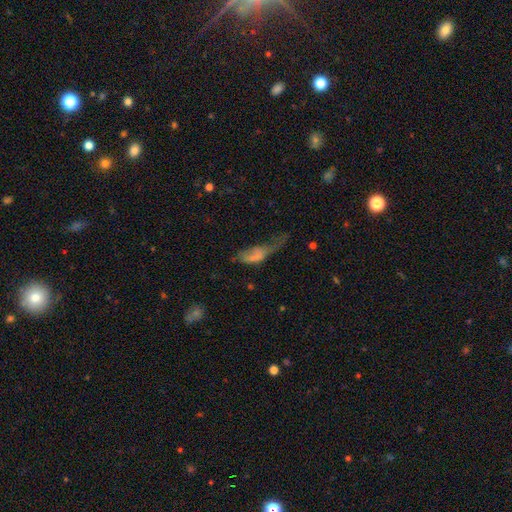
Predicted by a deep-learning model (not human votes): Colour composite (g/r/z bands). It shows a smooth galaxy with no disk features (61%) that is in between round and cigar-shaped (71%). Merging: major disturbance (51%).